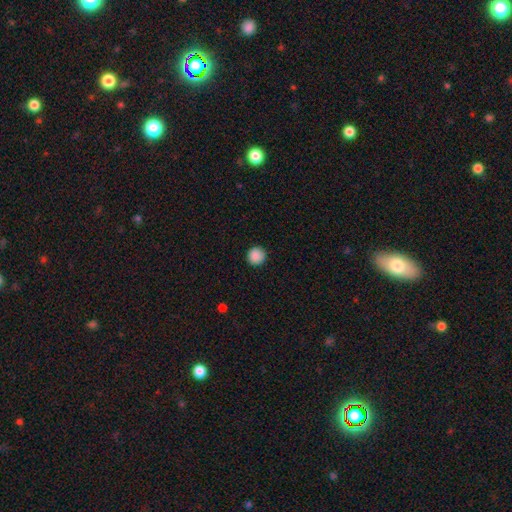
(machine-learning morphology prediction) Smooth or featured?
  - smooth: 89% *
  - star or artifact: 9%
  - featured or disk: 2%
How rounded?
  - round: 95% *
  - in between: 4%
  - cigar-shaped: 1%
Merging?
  - none: 92% *
  - minor disturbance: 5%
  - major disturbance: 2%
  - merger: 1%